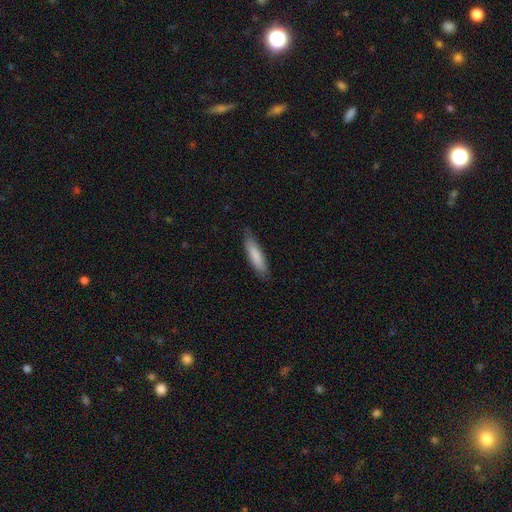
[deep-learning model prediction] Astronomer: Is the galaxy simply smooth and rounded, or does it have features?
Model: smooth — 83%.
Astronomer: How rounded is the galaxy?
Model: cigar-shaped — 70%.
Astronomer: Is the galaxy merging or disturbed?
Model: none — 81%.